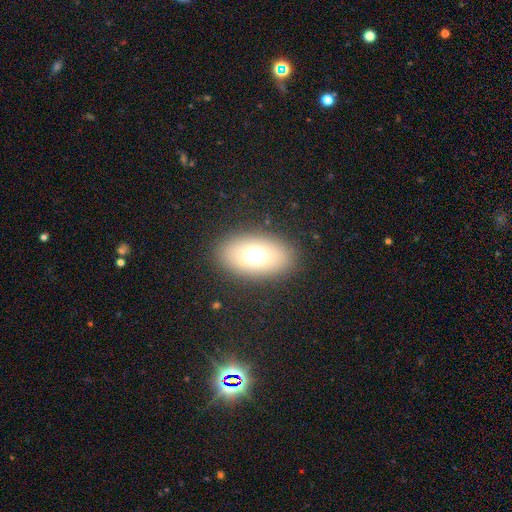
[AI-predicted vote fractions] Smooth or featured?
  - smooth: 65% *
  - featured or disk: 20%
  - star or artifact: 15%
How rounded?
  - in between: 80% *
  - round: 18%
  - cigar-shaped: 2%
Merging?
  - none: 84% *
  - minor disturbance: 9%
  - major disturbance: 5%
  - merger: 1%